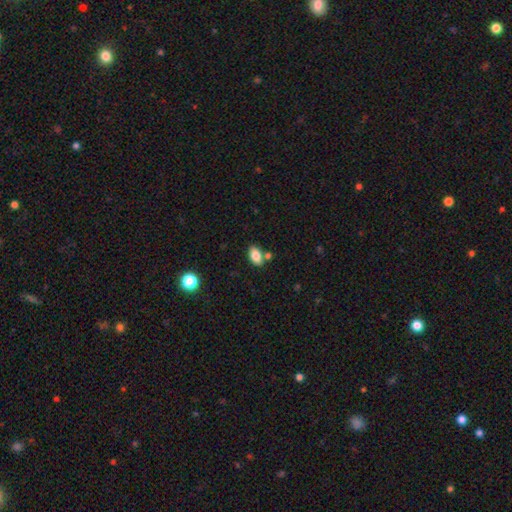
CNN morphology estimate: smooth_or_featured: smooth (p=0.83) [alt: featured or disk p=0.09]
how_rounded: in between (p=0.91) [alt: round p=0.06]
merging: none (p=0.72) [alt: merger p=0.14]